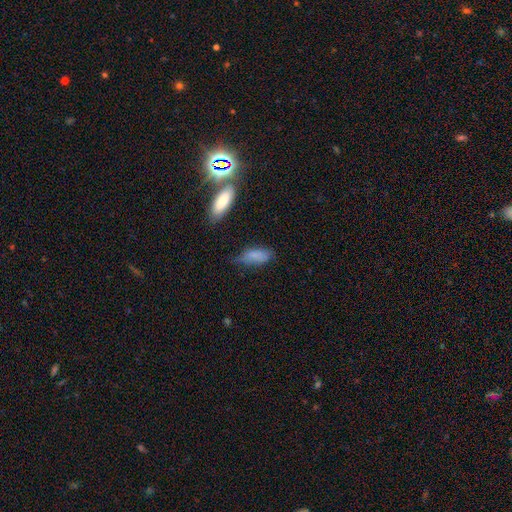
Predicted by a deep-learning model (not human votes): smooth-or-featured: smooth: 79% | featured or disk: 13% | star or artifact: 8%
  how-rounded: in between: 79% | cigar-shaped: 18% | round: 3%
  merging: none: 51% | minor disturbance: 35% | major disturbance: 10% | merger: 5%